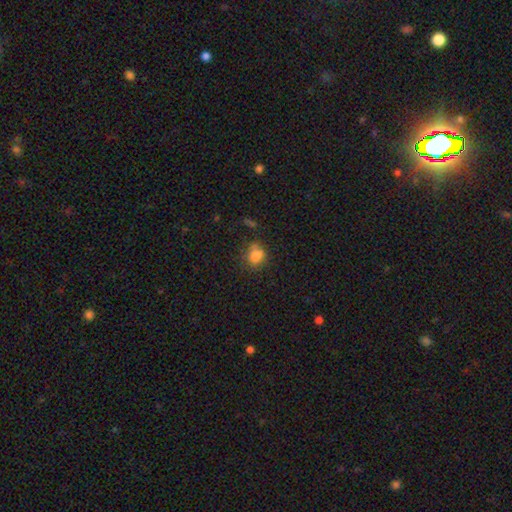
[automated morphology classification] This appears to be a smooth galaxy with no disk features (77%) that is round (69%). Merging: none (56%).